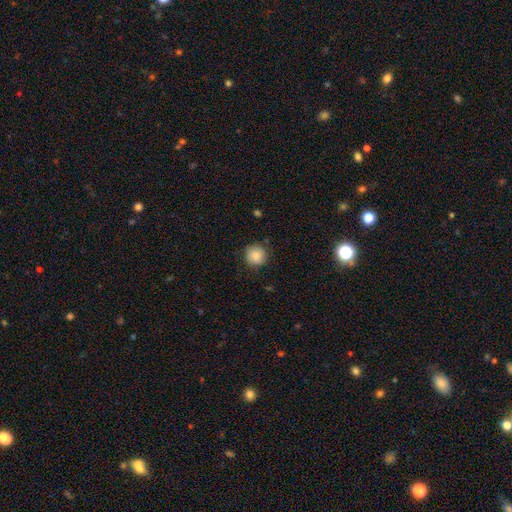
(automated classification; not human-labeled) Smooth or featured? Predicted: smooth (p=0.87). How rounded? Predicted: round (p=0.93). Merging? Predicted: none (p=0.86).